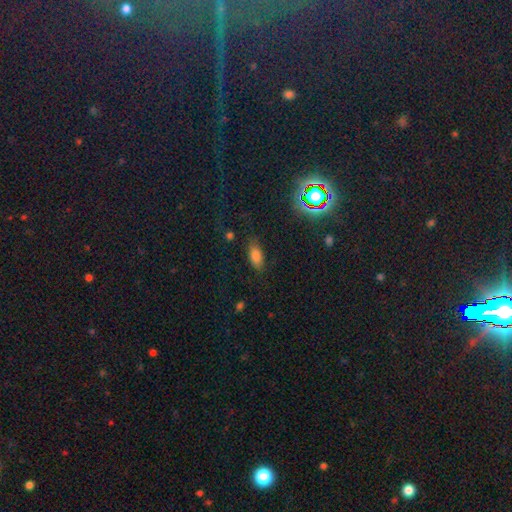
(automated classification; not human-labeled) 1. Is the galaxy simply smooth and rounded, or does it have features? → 76% smooth, 14% star or artifact, 9% featured or disk.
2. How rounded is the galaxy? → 85% in between, 11% cigar-shaped, 4% round.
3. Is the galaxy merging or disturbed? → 78% none, 16% minor disturbance, 5% major disturbance, 2% merger.